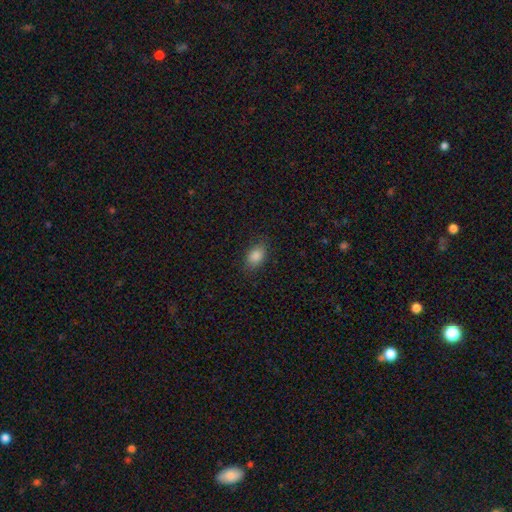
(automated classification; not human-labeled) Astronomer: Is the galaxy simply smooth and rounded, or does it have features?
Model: smooth — 86%.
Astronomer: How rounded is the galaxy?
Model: in between — 83%.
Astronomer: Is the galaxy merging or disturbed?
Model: none — 84%.